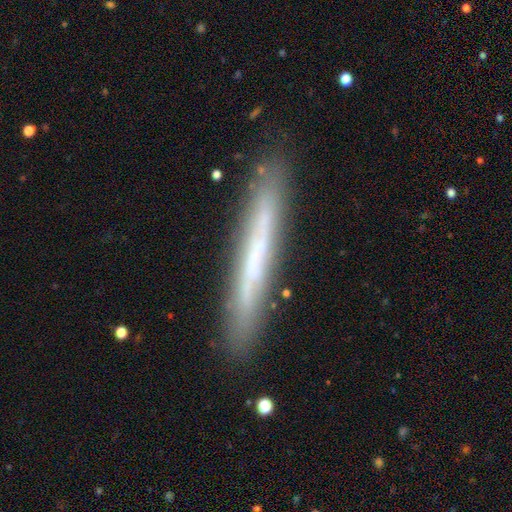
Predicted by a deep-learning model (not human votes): A featured or disk galaxy (53%) viewed edge-on (88%).

Vote fractions:
- Smooth or featured? featured or disk: 53% / smooth: 40% / star or artifact: 7%
- Edge-on disk? yes: 88% / no: 12%
- Merging? none: 87% / minor disturbance: 10% / major disturbance: 2% / merger: 2%